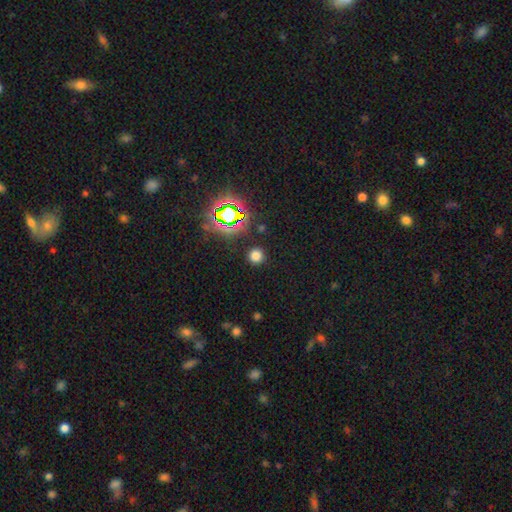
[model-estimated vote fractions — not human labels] smooth_or_featured: smooth (p=0.71) [alt: star or artifact p=0.24]
how_rounded: round (p=0.93) [alt: in between p=0.06]
merging: none (p=0.89) [alt: minor disturbance p=0.06]